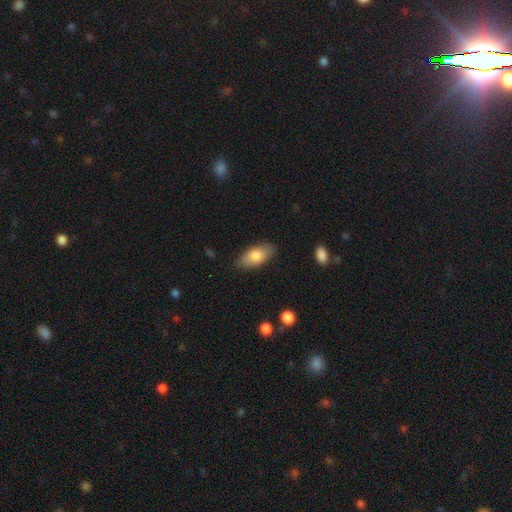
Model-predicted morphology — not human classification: Smooth or featured: smooth — 81% (featured or disk — 13%)
How rounded: in between — 90% (cigar-shaped — 7%)
Merging: none — 84% (minor disturbance — 12%)